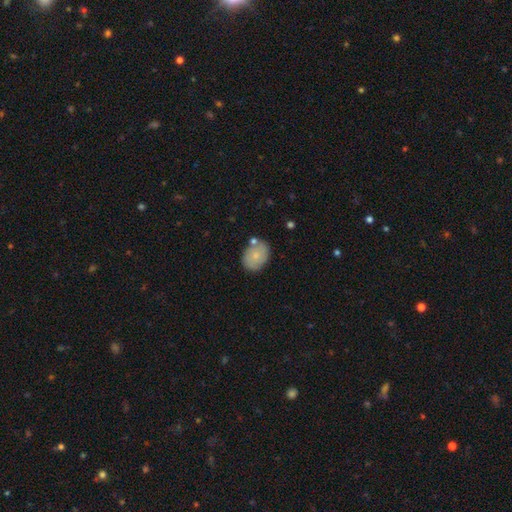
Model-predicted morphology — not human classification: smooth-or-featured: smooth: 72% | featured or disk: 21% | star or artifact: 7%
  how-rounded: in between: 63% | round: 36% | cigar-shaped: 1%
  merging: none: 70% | minor disturbance: 16% | merger: 9% | major disturbance: 4%